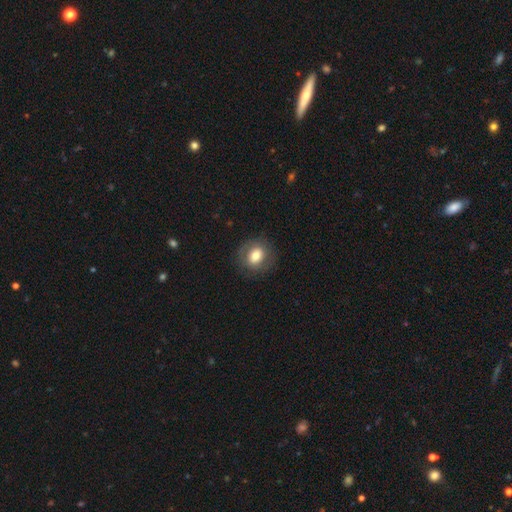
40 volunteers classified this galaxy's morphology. type=smooth (65%); roundness=round (69%); merging=none (79%).